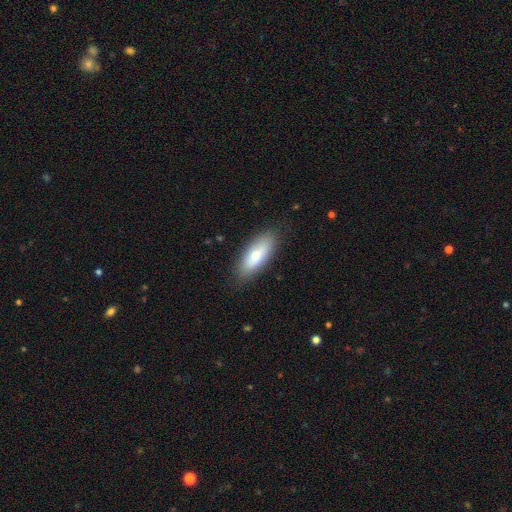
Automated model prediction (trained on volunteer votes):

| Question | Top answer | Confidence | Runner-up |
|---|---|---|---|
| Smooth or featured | smooth | 71% | featured or disk (23%) |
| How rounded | in between | 72% | cigar-shaped (25%) |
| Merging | none | 86% | minor disturbance (11%) |